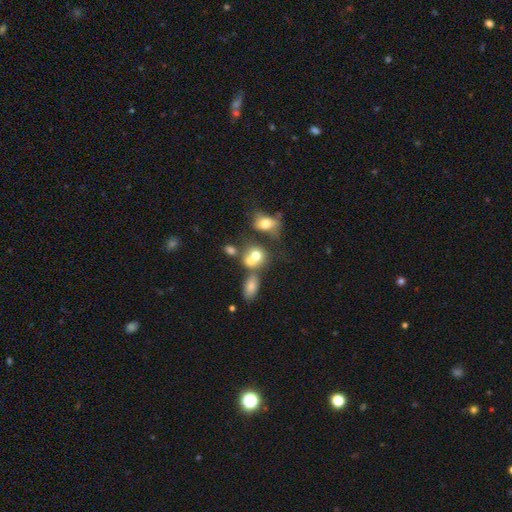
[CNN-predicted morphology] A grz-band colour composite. It shows a smooth galaxy with no disk features (68%) that is round (61%). Merging: merger (52%).